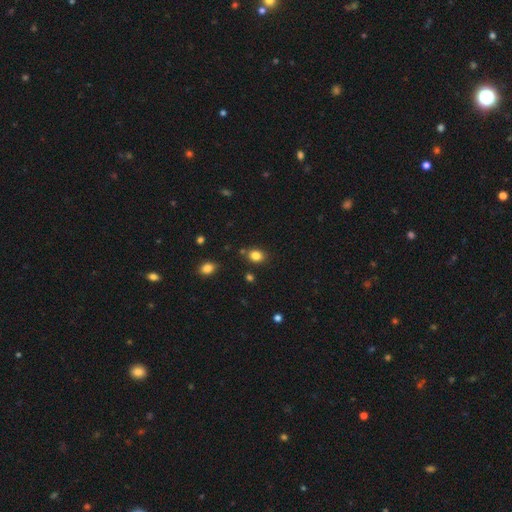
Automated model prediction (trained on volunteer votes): A smooth galaxy with no disk features (83%) that is round (51%). Merging: none (81%).